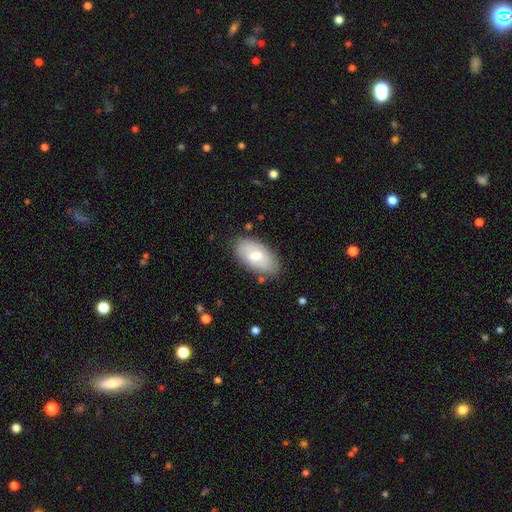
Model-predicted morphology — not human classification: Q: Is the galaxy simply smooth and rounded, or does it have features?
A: smooth — 67%.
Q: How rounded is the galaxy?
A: in between — 94%.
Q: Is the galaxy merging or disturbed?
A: none — 77%.